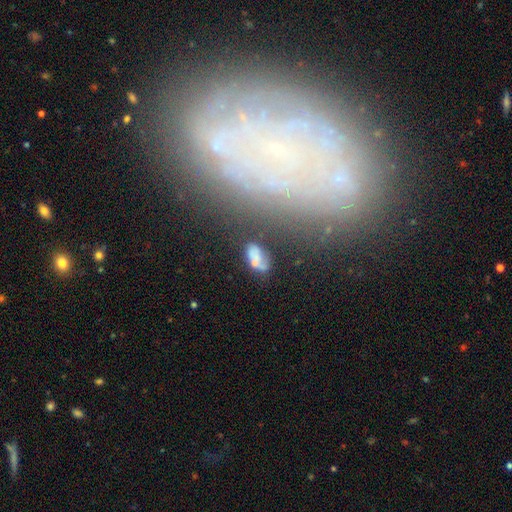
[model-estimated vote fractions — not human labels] Overall: smooth (53%; featured or disk 34%). How rounded: in between (88%). Merging: none (43%; minor disturbance 22%).